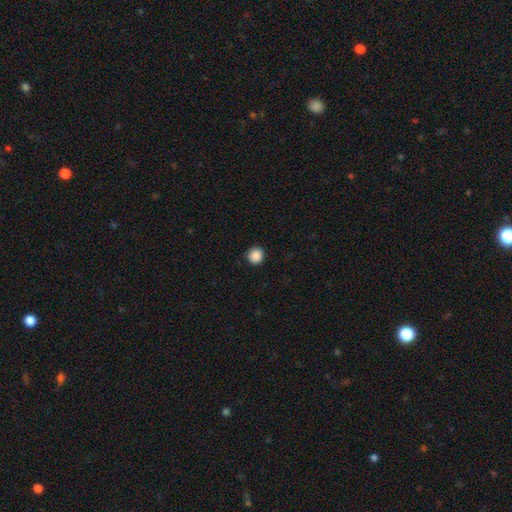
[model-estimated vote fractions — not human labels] The model was most divided on "smooth or featured": smooth: 88%, star or artifact: 9%, featured or disk: 2%. More confident: how rounded — round (92%); merging — none (92%).